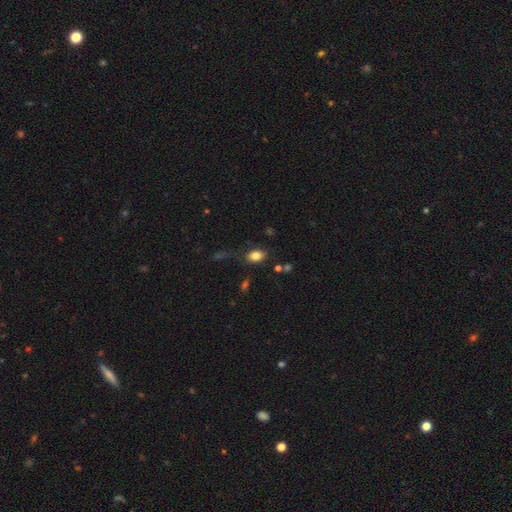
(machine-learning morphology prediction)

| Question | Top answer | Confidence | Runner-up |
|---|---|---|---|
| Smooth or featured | smooth | 82% | star or artifact (10%) |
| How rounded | in between | 83% | round (15%) |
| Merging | none | 75% | minor disturbance (15%) |